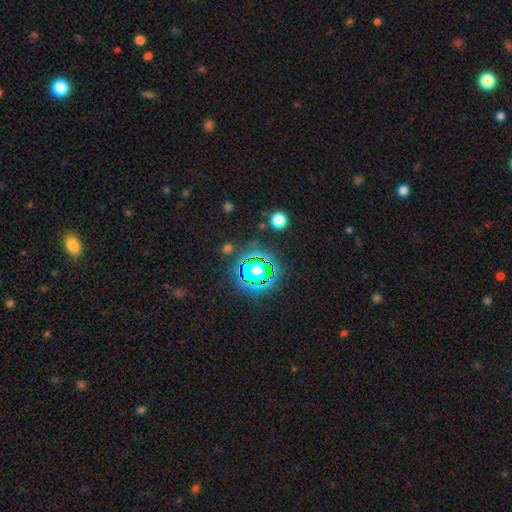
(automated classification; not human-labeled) Overall: star or artifact (78%).